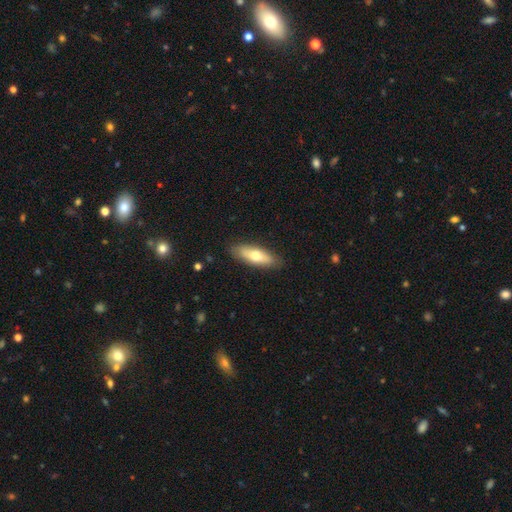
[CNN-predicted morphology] smooth 67%, featured or disk 27%, star or artifact 6%. Down the decision tree: how rounded — in between (56%); merging — none (87%).